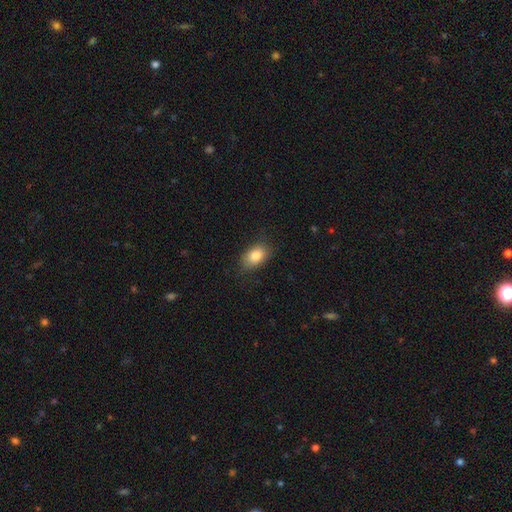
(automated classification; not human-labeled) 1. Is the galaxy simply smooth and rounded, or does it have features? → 83% smooth, 9% featured or disk, 8% star or artifact.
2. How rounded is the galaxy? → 86% in between, 13% round, 2% cigar-shaped.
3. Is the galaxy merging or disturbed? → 81% none, 15% minor disturbance, 3% major disturbance, 1% merger.